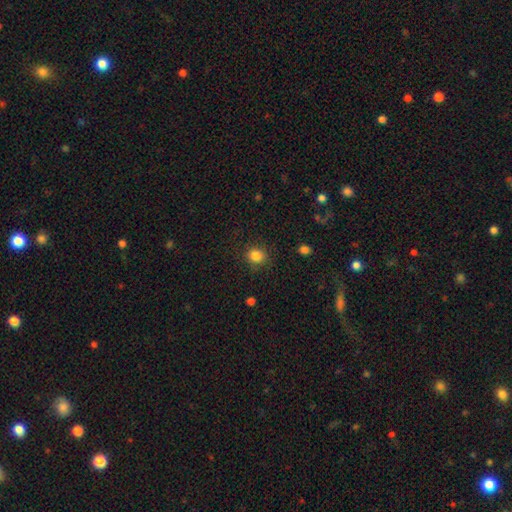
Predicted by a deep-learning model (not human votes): Morphology: type=smooth (84%); roundness=round (82%); merging=none (86%).